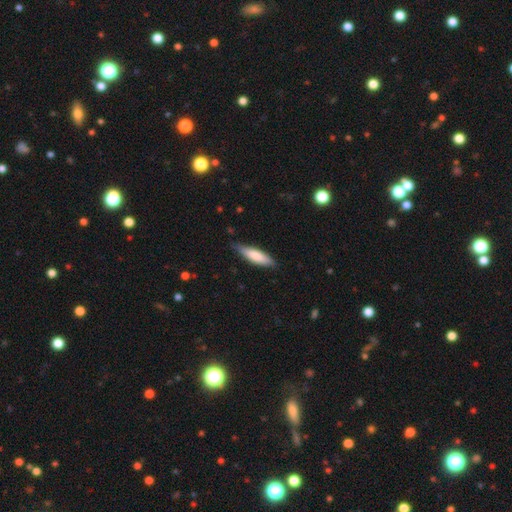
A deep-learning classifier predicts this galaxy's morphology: Smooth or featured: smooth — 76% (featured or disk — 19%)
How rounded: cigar-shaped — 66% (in between — 33%)
Merging: none — 78% (minor disturbance — 18%)